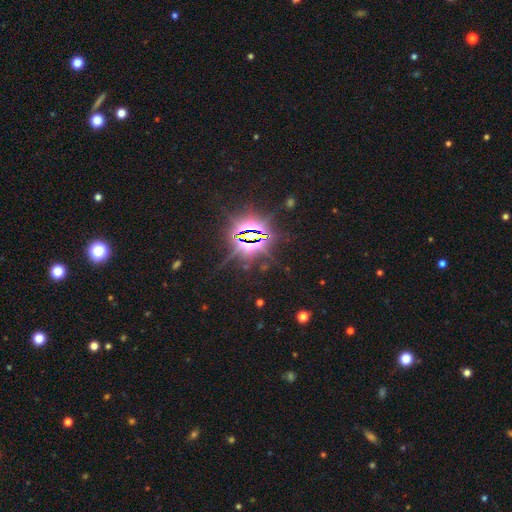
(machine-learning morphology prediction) Smooth or featured? star or artifact (85%)